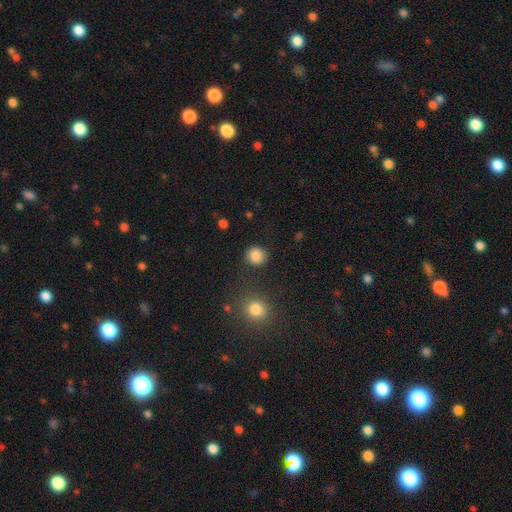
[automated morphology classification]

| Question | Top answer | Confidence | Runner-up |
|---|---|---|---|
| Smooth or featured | smooth | 86% | star or artifact (10%) |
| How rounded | round | 90% | in between (9%) |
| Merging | none | 87% | minor disturbance (8%) |